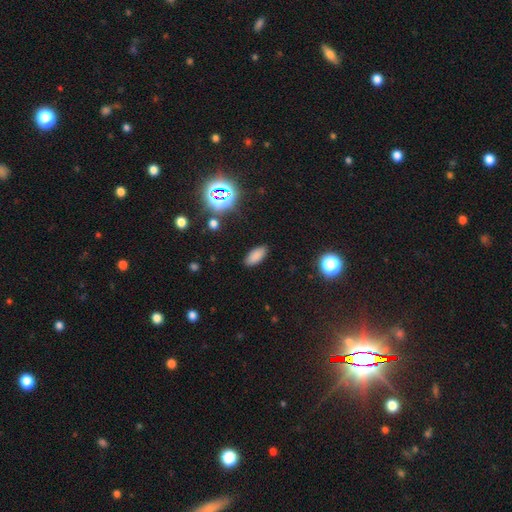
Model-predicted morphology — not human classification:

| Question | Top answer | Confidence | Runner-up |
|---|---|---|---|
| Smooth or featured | smooth | 81% | star or artifact (13%) |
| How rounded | in between | 85% | cigar-shaped (12%) |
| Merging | none | 89% | minor disturbance (8%) |